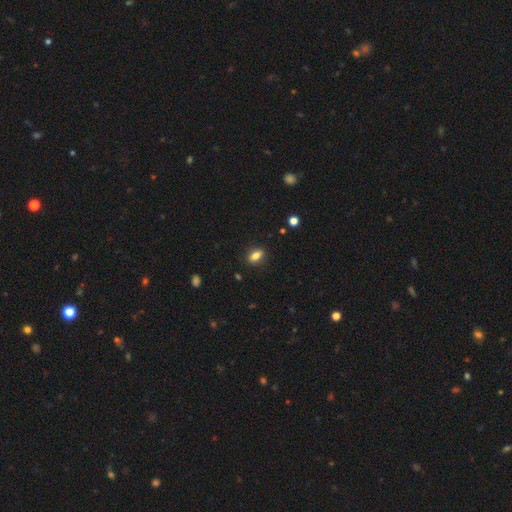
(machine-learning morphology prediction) A smooth galaxy with no disk features (79%) that is in between round and cigar-shaped (80%).

Vote fractions:
- Smooth or featured? smooth: 79% / featured or disk: 12% / star or artifact: 9%
- How rounded? in between: 80% / cigar-shaped: 10% / round: 10%
- Merging? none: 87% / minor disturbance: 9% / major disturbance: 2% / merger: 1%